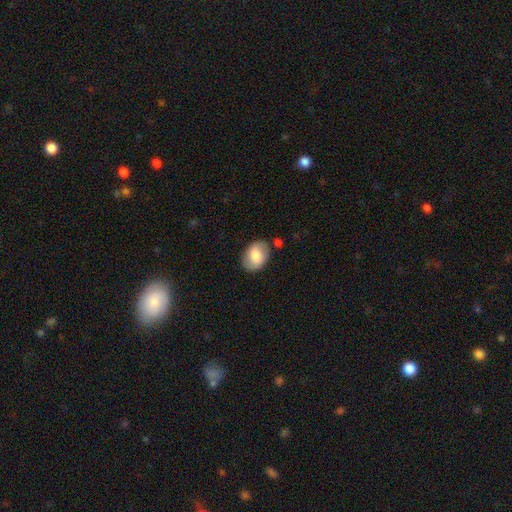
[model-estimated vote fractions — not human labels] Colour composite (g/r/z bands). It shows a smooth galaxy with no disk features (73%) that is in between round and cigar-shaped (79%). Merging: none (75%).